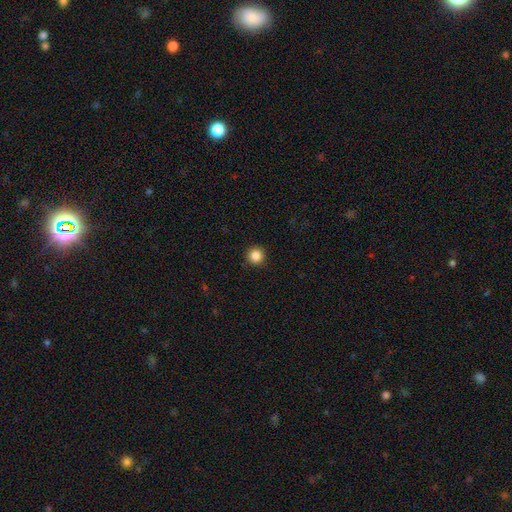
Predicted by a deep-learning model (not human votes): smooth_or_featured: smooth (p=0.86) [alt: star or artifact p=0.11]
how_rounded: round (p=0.96) [alt: in between p=0.03]
merging: none (p=0.92) [alt: minor disturbance p=0.05]